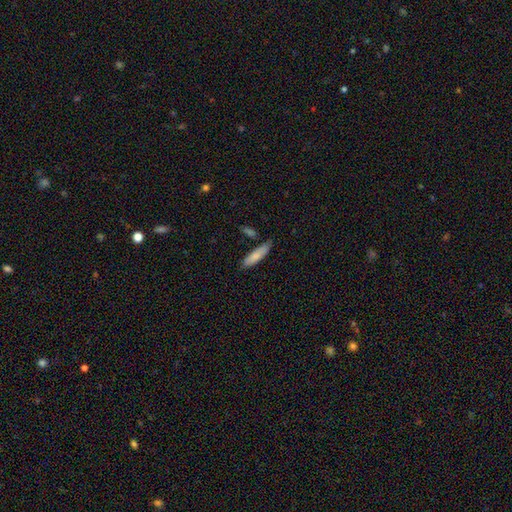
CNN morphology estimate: smooth-or-featured: smooth: 80% | featured or disk: 14% | star or artifact: 6%
  how-rounded: cigar-shaped: 64% | in between: 34% | round: 2%
  merging: none: 74% | minor disturbance: 17% | merger: 6% | major disturbance: 3%